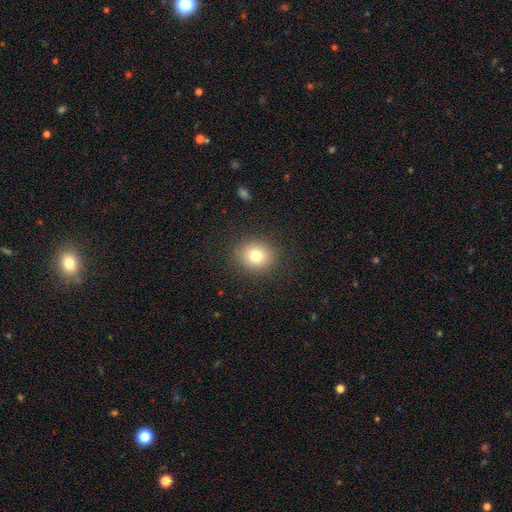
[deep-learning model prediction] This is likely a smooth galaxy (78%). How rounded: likely round (78%). Merging: clearly none (88%).